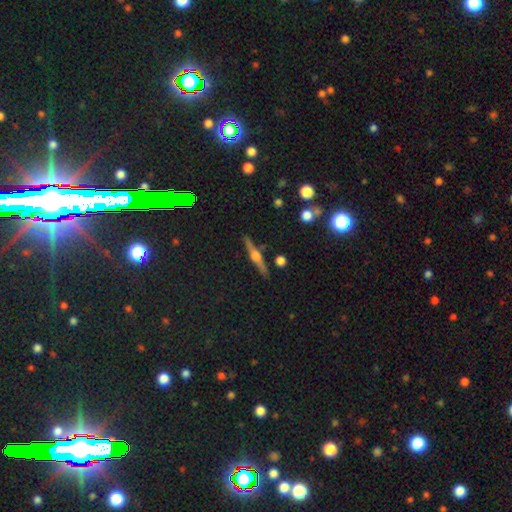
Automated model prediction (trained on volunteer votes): Smooth or featured? Predicted: featured or disk (p=0.71). Edge-on disk? Predicted: yes (p=0.97). Edge-on bulge? Predicted: rounded (p=0.89). Merging? Predicted: none (p=0.88).